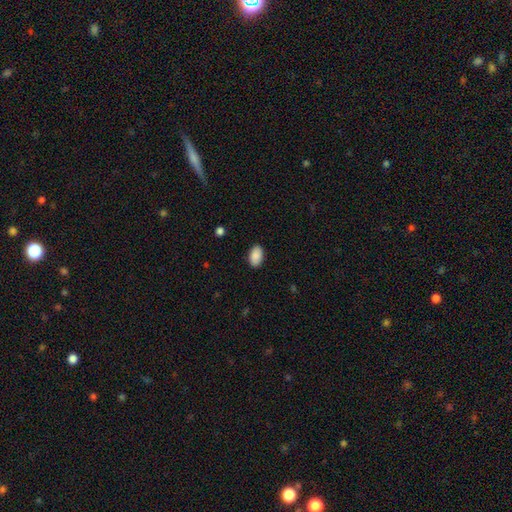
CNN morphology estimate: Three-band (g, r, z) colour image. It shows a smooth galaxy with no disk features (90%) that is in between round and cigar-shaped (94%). Merging: none (89%).